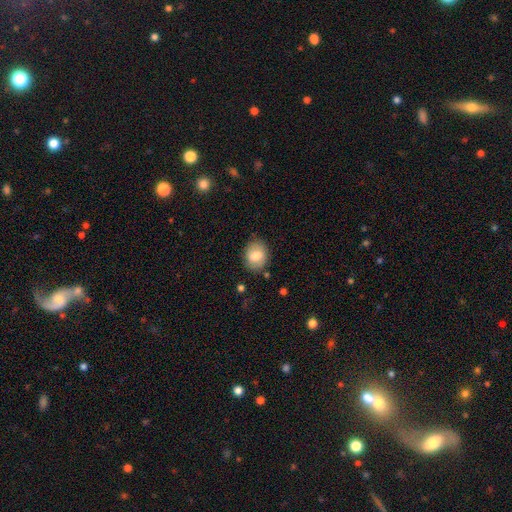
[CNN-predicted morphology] smooth-or-featured: smooth: 76% | featured or disk: 16% | star or artifact: 8%
  how-rounded: round: 51% | in between: 48% | cigar-shaped: 1%
  merging: none: 82% | minor disturbance: 13% | major disturbance: 3% | merger: 2%